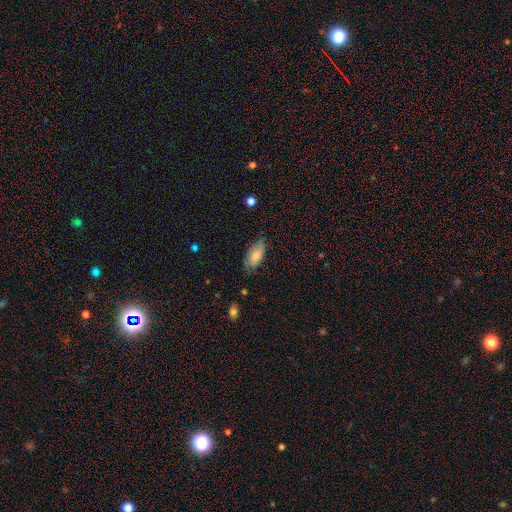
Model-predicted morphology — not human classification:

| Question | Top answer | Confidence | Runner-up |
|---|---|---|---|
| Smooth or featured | smooth | 69% | featured or disk (23%) |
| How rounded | in between | 92% | cigar-shaped (5%) |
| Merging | none | 65% | minor disturbance (27%) |